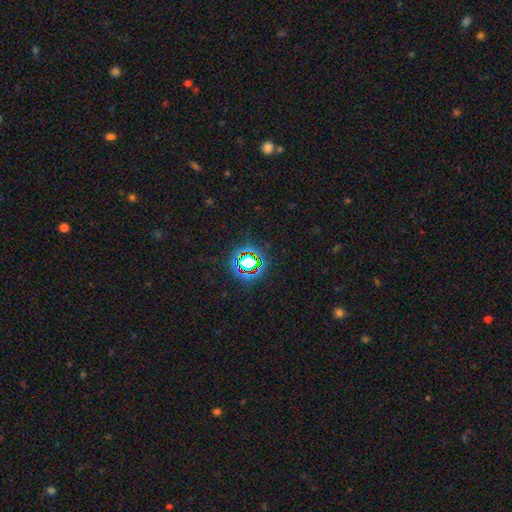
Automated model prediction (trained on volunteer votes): Morphology: type=star or artifact (77%).